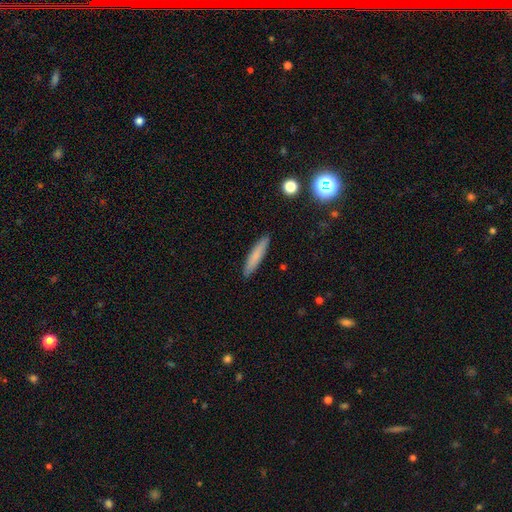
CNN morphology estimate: This is likely a smooth galaxy (76%). How rounded: clearly cigar-shaped (90%). Merging: clearly none (90%).